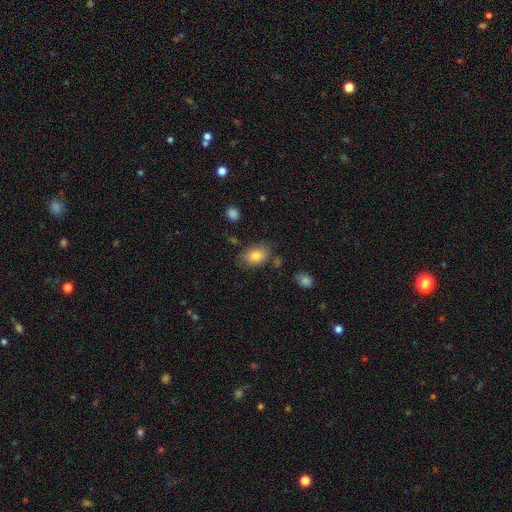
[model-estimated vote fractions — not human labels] This appears to be a smooth galaxy with no disk features (83%) that is in between round and cigar-shaped (84%). Merging: none (74%).